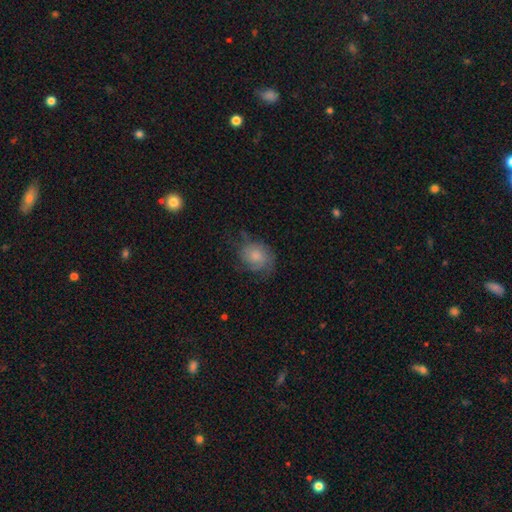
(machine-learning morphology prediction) This is likely a smooth galaxy (62%). How rounded: possibly round (55%). Merging: possibly none (51%).